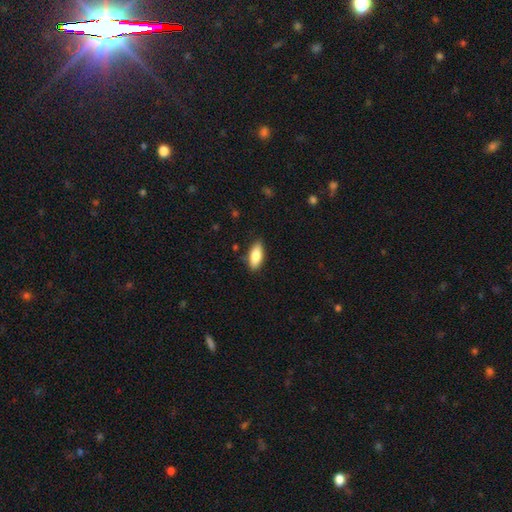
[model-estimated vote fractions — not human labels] Smooth or featured? Predicted: smooth (p=0.81). How rounded? Predicted: in between (p=0.81). Merging? Predicted: none (p=0.85).